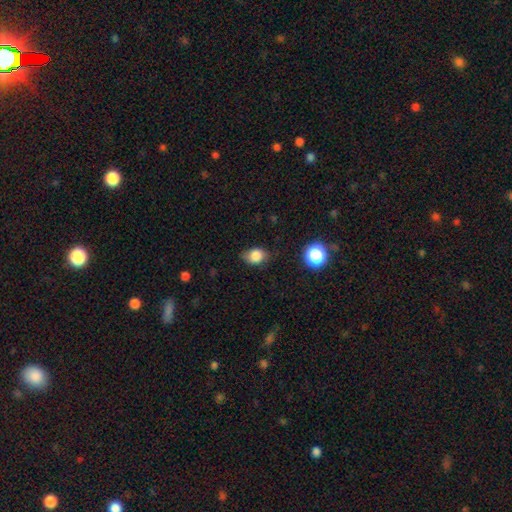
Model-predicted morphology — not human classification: smooth-or-featured: smooth: 82% | star or artifact: 10% | featured or disk: 8%
  how-rounded: in between: 59% | round: 40% | cigar-shaped: 1%
  merging: none: 72% | minor disturbance: 22% | major disturbance: 5% | merger: 2%